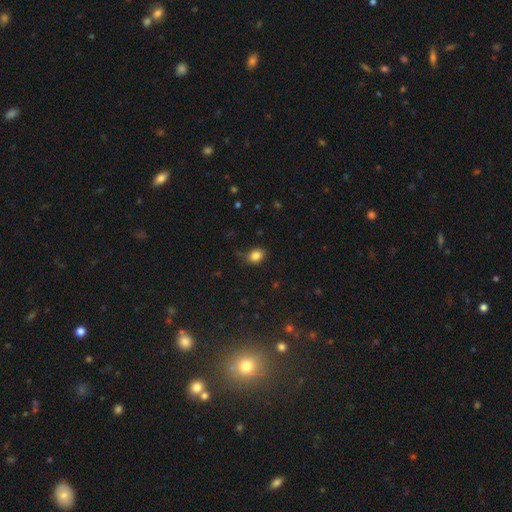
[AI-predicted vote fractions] The model was most divided on "how rounded": round: 53%, in between: 46%, cigar-shaped: 1%. More confident: smooth or featured — smooth (84%); merging — none (78%).